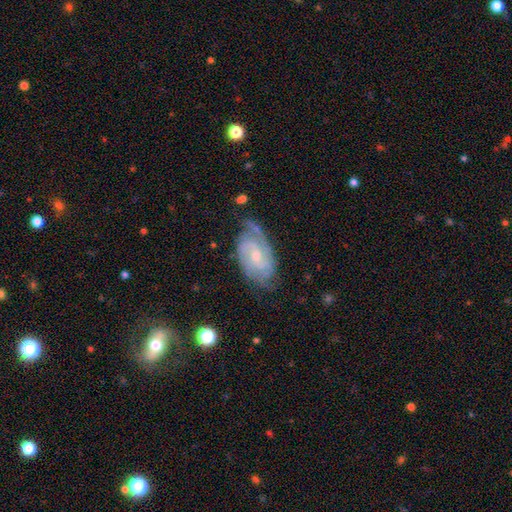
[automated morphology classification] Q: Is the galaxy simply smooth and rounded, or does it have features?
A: featured or disk — 86%.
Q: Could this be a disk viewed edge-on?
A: no — 96%.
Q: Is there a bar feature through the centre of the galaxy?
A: weak — 46%.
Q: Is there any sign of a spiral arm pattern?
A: yes — 97%.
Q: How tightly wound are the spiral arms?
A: tight — 57%.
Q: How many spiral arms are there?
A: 2 — 59%.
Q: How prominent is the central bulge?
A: small — 58%.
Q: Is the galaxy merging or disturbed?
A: none — 69%.